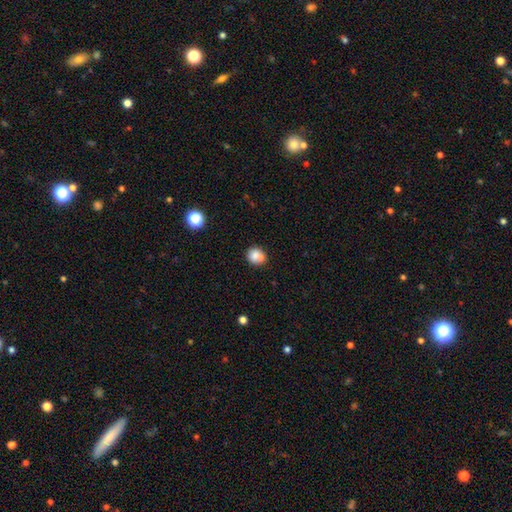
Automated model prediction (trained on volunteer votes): Smooth or featured? Predicted: smooth (p=0.82). How rounded? Predicted: round (p=0.74). Merging? Predicted: none (p=0.64).